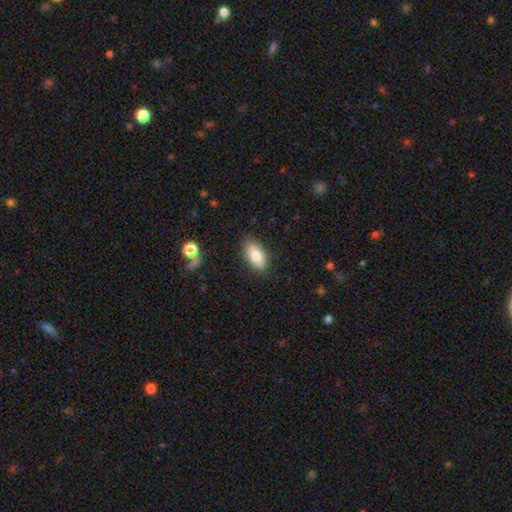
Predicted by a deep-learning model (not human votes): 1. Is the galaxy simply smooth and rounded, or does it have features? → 81% smooth, 12% featured or disk, 7% star or artifact.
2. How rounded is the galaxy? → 88% in between, 9% cigar-shaped, 3% round.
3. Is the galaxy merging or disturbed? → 85% none, 11% minor disturbance, 3% major disturbance, 2% merger.